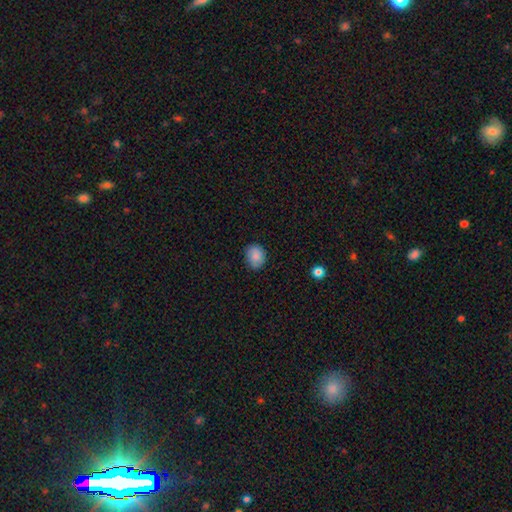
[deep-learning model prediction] A smooth galaxy with no disk features (86%) that is round (58%).

Vote fractions:
- Smooth or featured? smooth: 86% / star or artifact: 8% / featured or disk: 6%
- How rounded? round: 58% / in between: 42% / cigar-shaped: 1%
- Merging? none: 84% / minor disturbance: 13% / major disturbance: 3% / merger: 1%